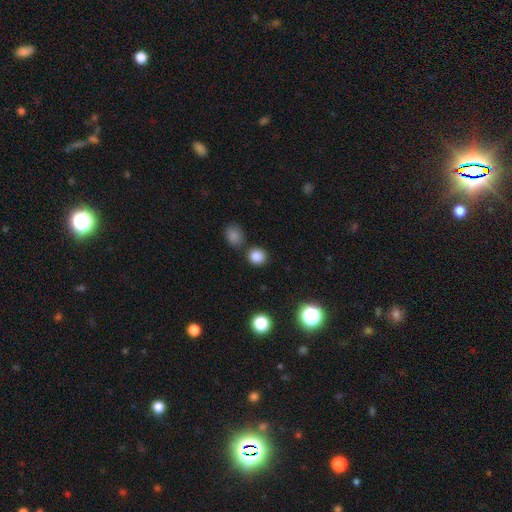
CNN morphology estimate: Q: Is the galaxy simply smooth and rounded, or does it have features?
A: smooth — 83%.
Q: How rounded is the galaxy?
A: round — 83%.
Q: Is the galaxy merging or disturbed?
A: none — 79%.